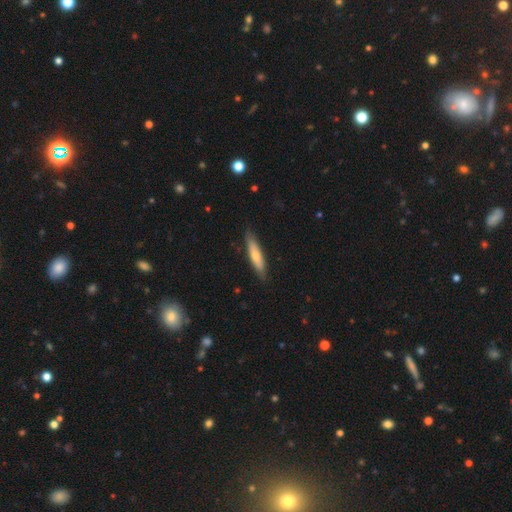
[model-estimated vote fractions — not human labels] Smooth or featured: smooth — 67% (featured or disk — 28%)
How rounded: cigar-shaped — 82% (in between — 17%)
Merging: none — 85% (minor disturbance — 12%)